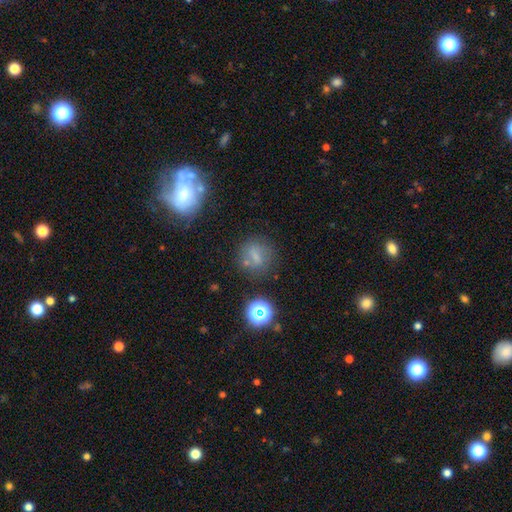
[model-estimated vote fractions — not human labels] Smooth or featured? Predicted: smooth (p=0.61). How rounded? Predicted: round (p=0.77). Merging? Predicted: none (p=0.67).